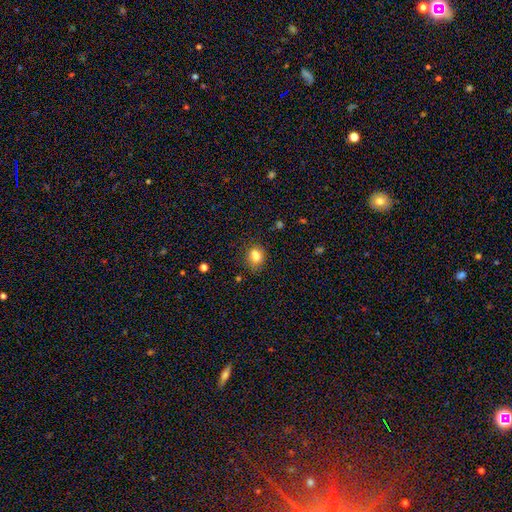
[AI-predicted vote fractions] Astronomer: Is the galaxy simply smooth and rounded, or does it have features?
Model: smooth — 82%.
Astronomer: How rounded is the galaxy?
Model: in between — 52% (runner-up: round, 47%).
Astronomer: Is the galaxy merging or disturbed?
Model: none — 72%.